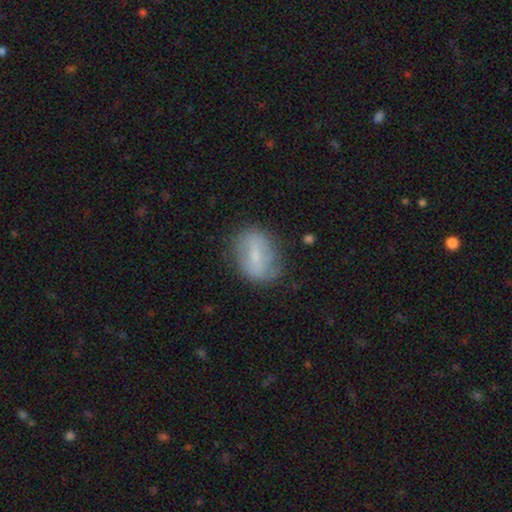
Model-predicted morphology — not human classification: The model was most divided on "smooth or featured": smooth: 48%, featured or disk: 44%, star or artifact: 8%. More confident: merging — none (71%).